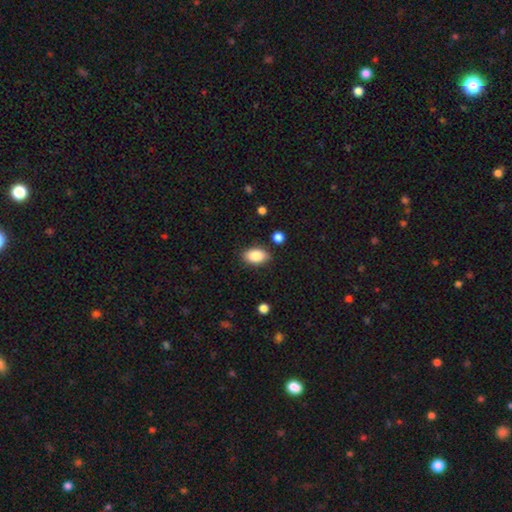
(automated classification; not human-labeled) The model was most divided on "merging": none: 85%, minor disturbance: 11%, major disturbance: 3%, merger: 2%. More confident: how rounded — in between (90%); smooth or featured — smooth (87%).